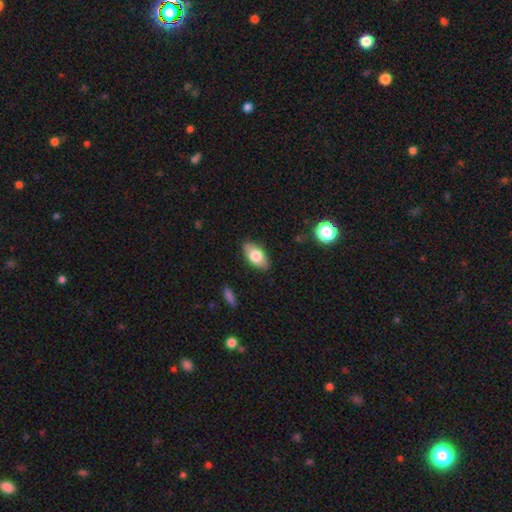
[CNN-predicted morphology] This appears to be a smooth galaxy with no disk features (77%) that is in between round and cigar-shaped (91%). Merging: none (86%).